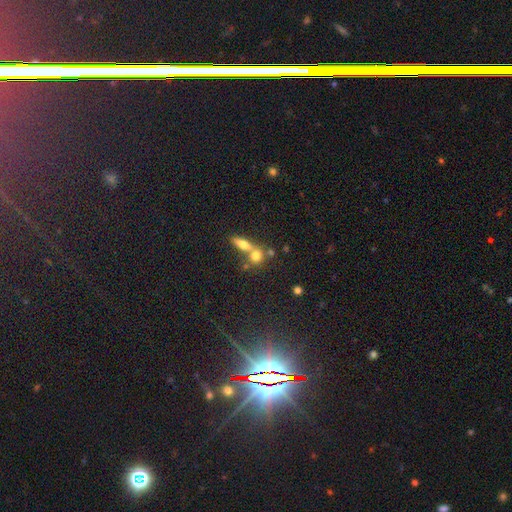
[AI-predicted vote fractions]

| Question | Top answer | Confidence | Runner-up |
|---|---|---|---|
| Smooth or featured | smooth | 70% | featured or disk (18%) |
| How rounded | round | 57% | in between (32%) |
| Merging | merger | 51% | none (37%) |